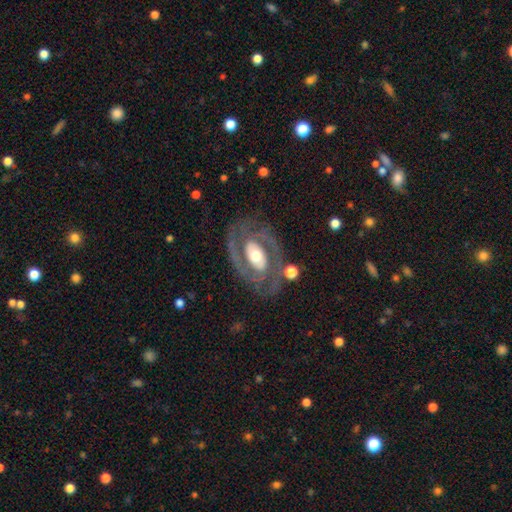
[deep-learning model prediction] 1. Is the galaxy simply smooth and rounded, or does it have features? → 84% featured or disk, 11% smooth, 5% star or artifact.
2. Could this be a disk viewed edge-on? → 96% no, 4% yes.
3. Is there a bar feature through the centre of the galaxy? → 45% no, 31% weak, 24% strong.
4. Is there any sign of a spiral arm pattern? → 84% yes, 16% no.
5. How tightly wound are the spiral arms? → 44% tight, 43% medium, 13% loose.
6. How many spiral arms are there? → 80% 2, 10% can't tell, 4% 1, 4% 3, 2% 4, 2% more than 4.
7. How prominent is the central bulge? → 62% moderate, 24% large, 11% small, 2% dominant, 1% none.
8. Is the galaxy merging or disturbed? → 71% none, 15% minor disturbance, 10% major disturbance, 3% merger.